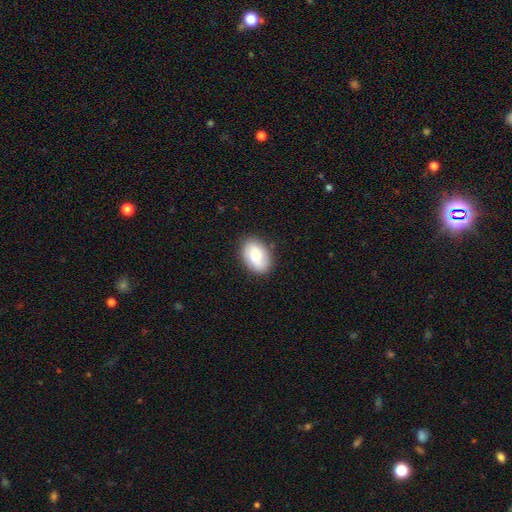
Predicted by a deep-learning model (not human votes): Smooth or featured? Predicted: smooth (p=0.74). How rounded? Predicted: in between (p=0.84). Merging? Predicted: none (p=0.82).